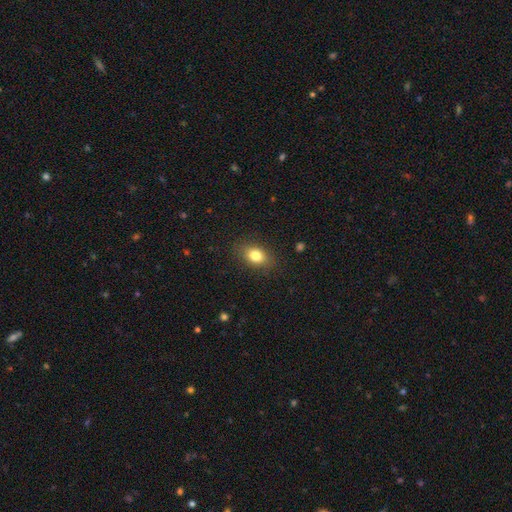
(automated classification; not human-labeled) smooth_or_featured: smooth (p=0.80) [alt: featured or disk p=0.10]
how_rounded: in between (p=0.74) [alt: round p=0.24]
merging: none (p=0.86) [alt: minor disturbance p=0.10]